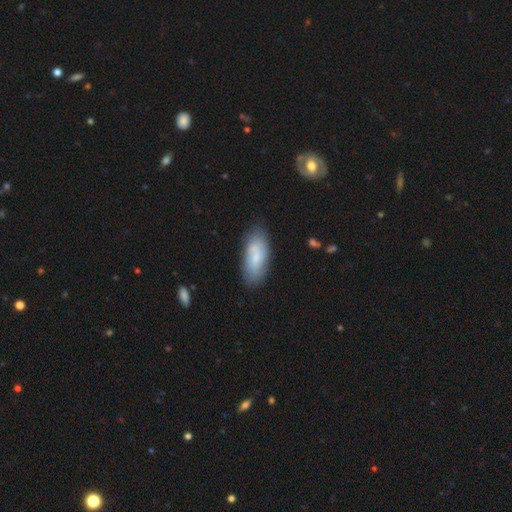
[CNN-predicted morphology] type=smooth (67%); roundness=in between (82%); merging=none (79%).